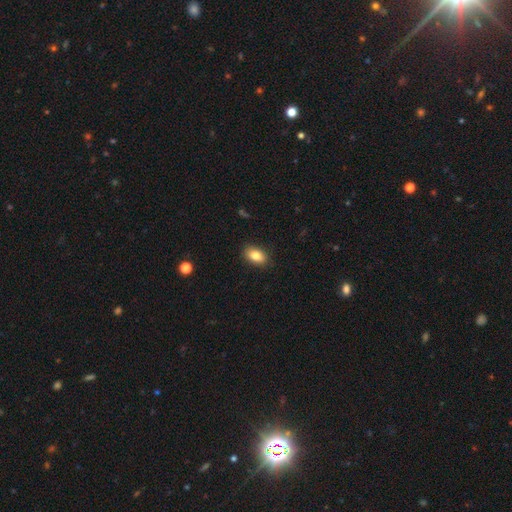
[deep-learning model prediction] smooth-or-featured: smooth: 84% | star or artifact: 8% | featured or disk: 8%
  how-rounded: in between: 89% | round: 9% | cigar-shaped: 2%
  merging: none: 87% | minor disturbance: 9% | major disturbance: 2% | merger: 1%